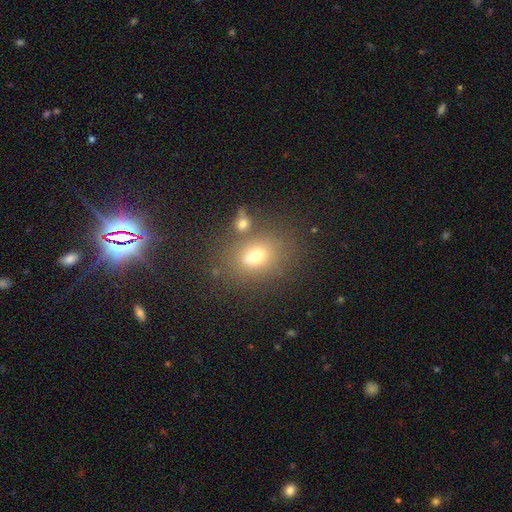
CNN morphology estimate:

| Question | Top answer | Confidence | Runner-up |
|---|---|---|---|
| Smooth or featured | smooth | 67% | star or artifact (17%) |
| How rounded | in between | 58% | round (41%) |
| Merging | none | 67% | merger (15%) |